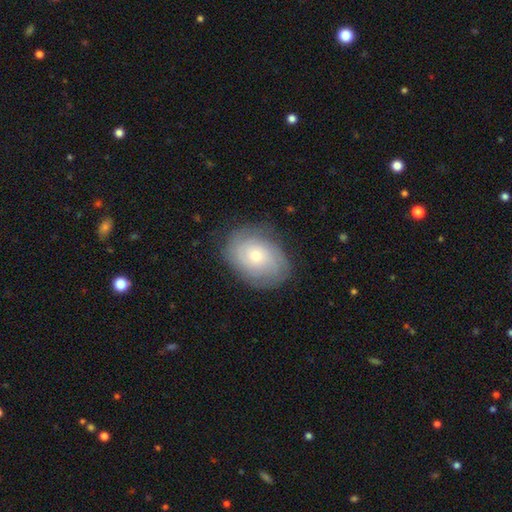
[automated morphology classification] Smooth or featured?
  - featured or disk: 57% *
  - smooth: 35%
  - star or artifact: 8%
Edge-on disk?
  - no: 96% *
  - yes: 4%
Bar?
  - no: 82% *
  - weak: 16%
  - strong: 2%
Spiral arms?
  - yes: 84% *
  - no: 16%
Bulge size?
  - small: 54% *
  - moderate: 41%
  - large: 3%
  - none: 1%
  - dominant: 1%
Merging?
  - none: 78% *
  - minor disturbance: 16%
  - major disturbance: 5%
  - merger: 1%